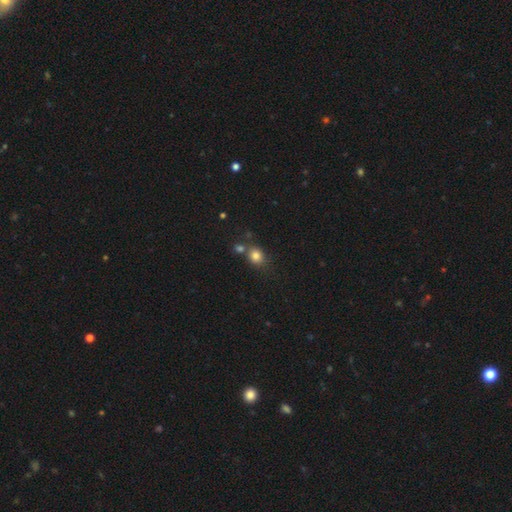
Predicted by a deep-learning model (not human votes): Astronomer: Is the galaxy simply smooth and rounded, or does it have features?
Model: smooth — 81%.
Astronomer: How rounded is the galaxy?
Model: round — 67%.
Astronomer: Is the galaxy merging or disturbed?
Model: none — 61%.